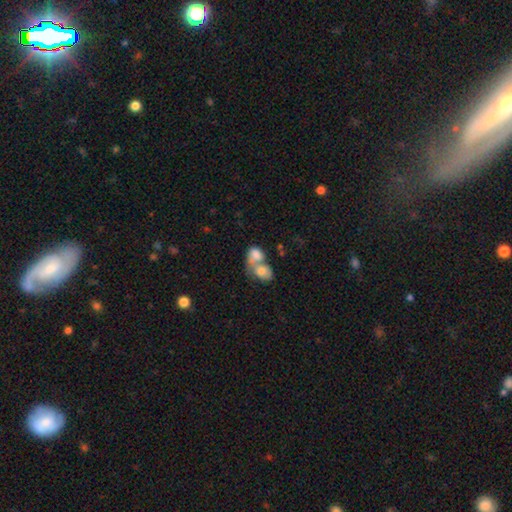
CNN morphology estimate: smooth_or_featured: smooth (p=0.71) [alt: featured or disk p=0.21]
how_rounded: in between (p=0.71) [alt: round p=0.28]
merging: merger (p=0.80) [alt: none p=0.11]